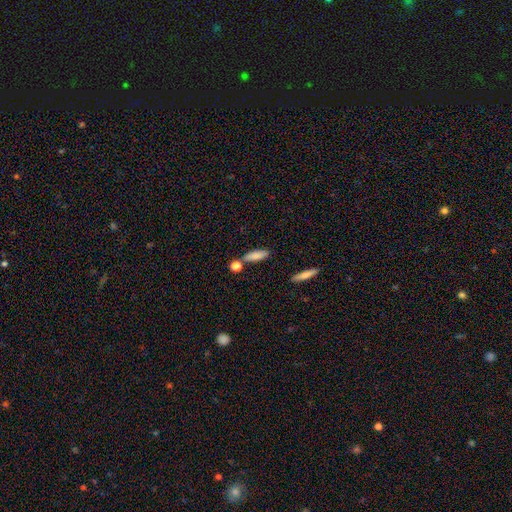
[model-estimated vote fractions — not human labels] This is clearly a smooth galaxy (82%). How rounded: possibly cigar-shaped (54%). Merging: likely none (70%).